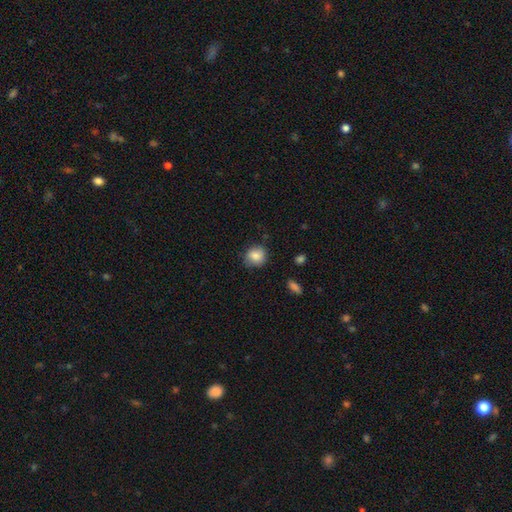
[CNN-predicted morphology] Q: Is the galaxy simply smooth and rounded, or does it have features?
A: smooth — 85%.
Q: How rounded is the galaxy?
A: round — 80%.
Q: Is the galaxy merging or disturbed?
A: none — 77%.